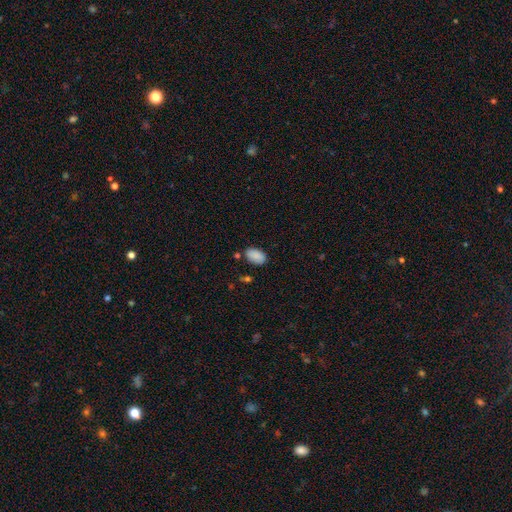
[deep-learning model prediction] Smooth or featured: smooth — 88% (star or artifact — 7%)
How rounded: in between — 93% (round — 6%)
Merging: none — 77% (minor disturbance — 14%)